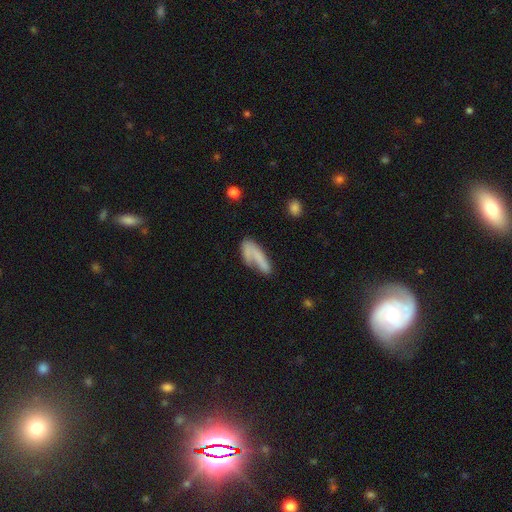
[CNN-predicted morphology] smooth 60%, featured or disk 31%, star or artifact 9%. Down the decision tree: how rounded — in between (54%); merging — none (39%).